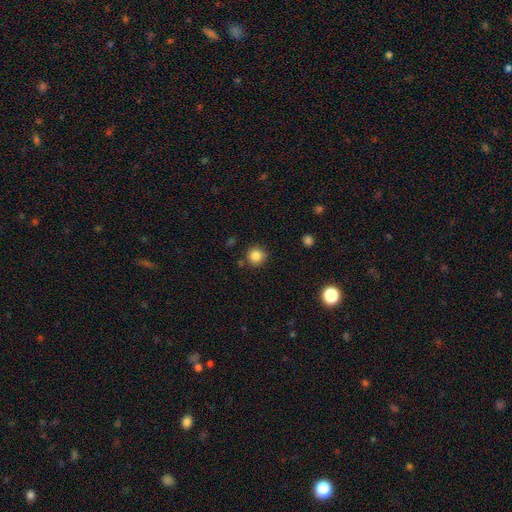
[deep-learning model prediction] Smooth or featured? smooth (85%)
How rounded? round (94%)
Merging? none (86%)